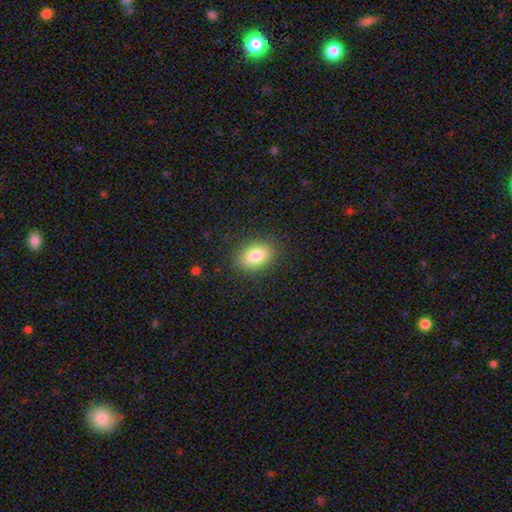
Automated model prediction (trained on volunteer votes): smooth 82%, featured or disk 10%, star or artifact 8%. Down the decision tree: how rounded — in between (84%); merging — none (87%).